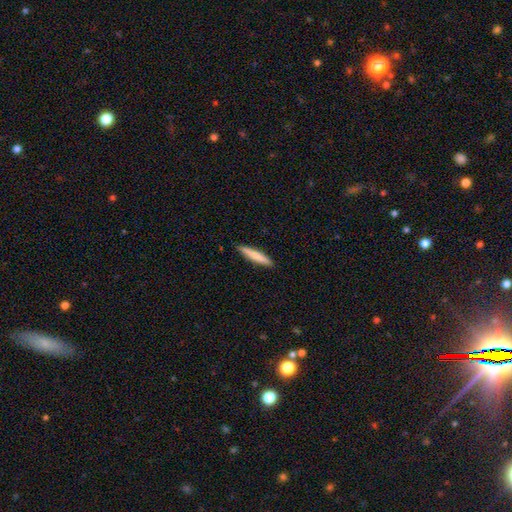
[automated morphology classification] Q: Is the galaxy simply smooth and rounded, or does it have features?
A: smooth — 77%.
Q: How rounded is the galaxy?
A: cigar-shaped — 92%.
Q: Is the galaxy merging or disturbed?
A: none — 90%.